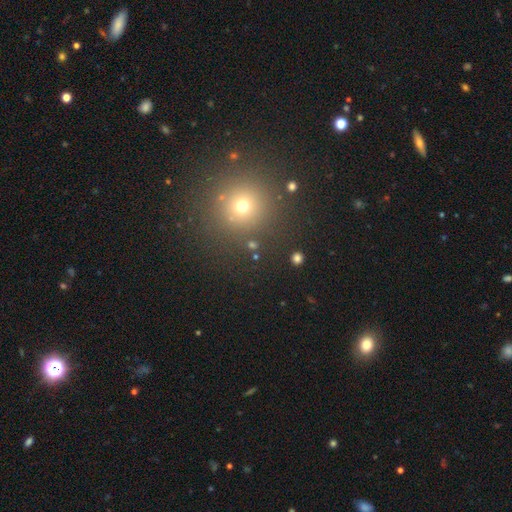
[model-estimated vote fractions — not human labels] smooth_or_featured: smooth (p=0.57) [alt: star or artifact p=0.34]
how_rounded: round (p=0.93) [alt: in between p=0.06]
merging: none (p=0.87) [alt: minor disturbance p=0.06]